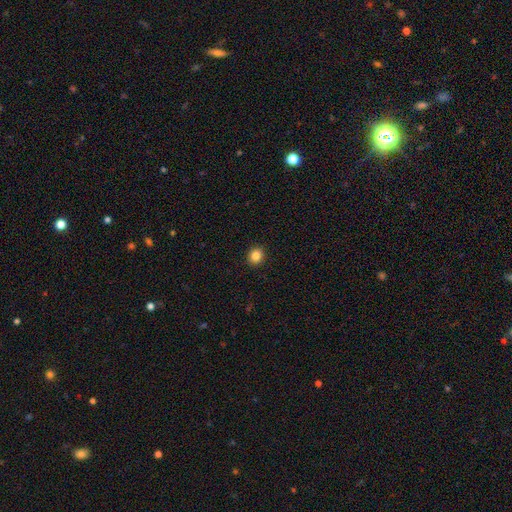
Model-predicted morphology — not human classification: smooth 85%, star or artifact 11%, featured or disk 4%. Down the decision tree: how rounded — round (82%); merging — none (92%).